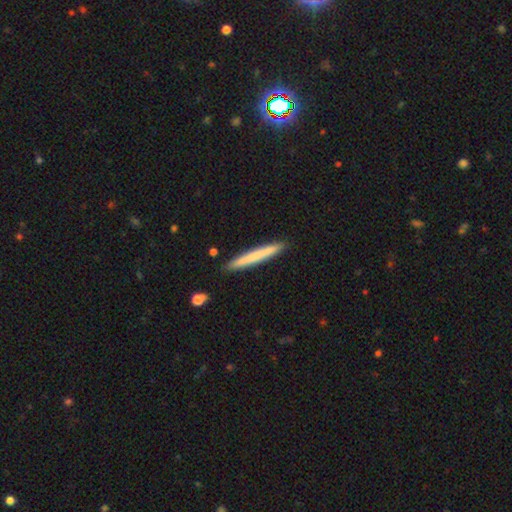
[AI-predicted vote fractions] smooth_or_featured: smooth (p=0.69) [alt: featured or disk p=0.25]
how_rounded: cigar-shaped (p=0.97) [alt: in between p=0.02]
merging: none (p=0.92) [alt: minor disturbance p=0.06]